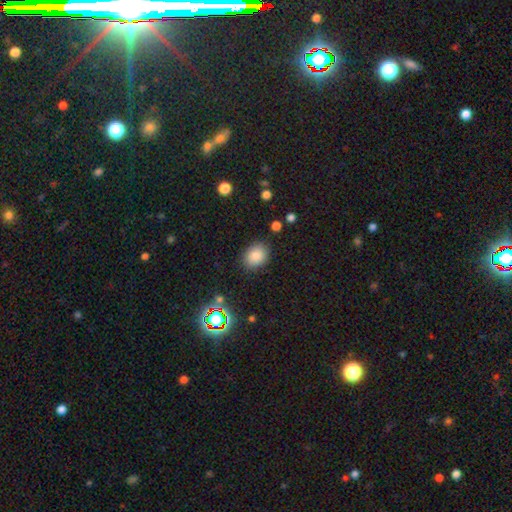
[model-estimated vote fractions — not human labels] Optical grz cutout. It shows a smooth galaxy with no disk features (81%) that is in between round and cigar-shaped (52%). Merging: none (85%).